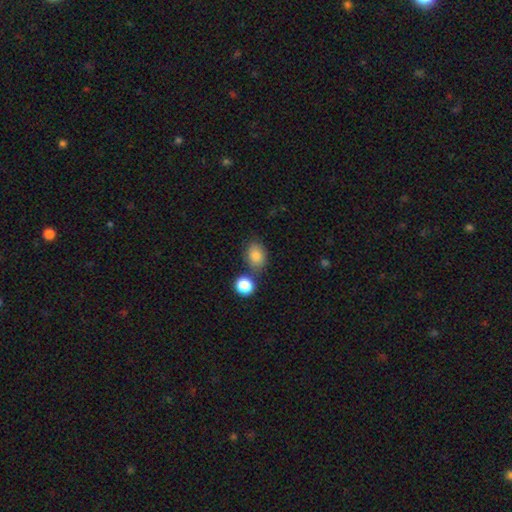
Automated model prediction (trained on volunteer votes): smooth-or-featured: smooth: 83% | star or artifact: 10% | featured or disk: 8%
  how-rounded: in between: 64% | round: 35% | cigar-shaped: 1%
  merging: none: 62% | merger: 17% | minor disturbance: 16% | major disturbance: 5%